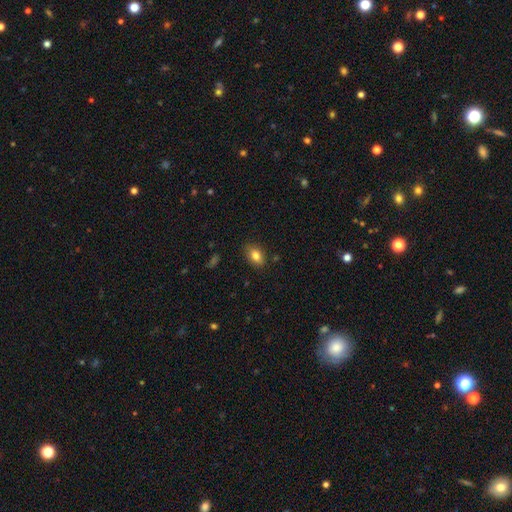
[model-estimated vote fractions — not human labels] smooth-or-featured: smooth: 83% | star or artifact: 9% | featured or disk: 9%
  how-rounded: in between: 85% | round: 13% | cigar-shaped: 2%
  merging: none: 85% | minor disturbance: 11% | major disturbance: 2% | merger: 1%